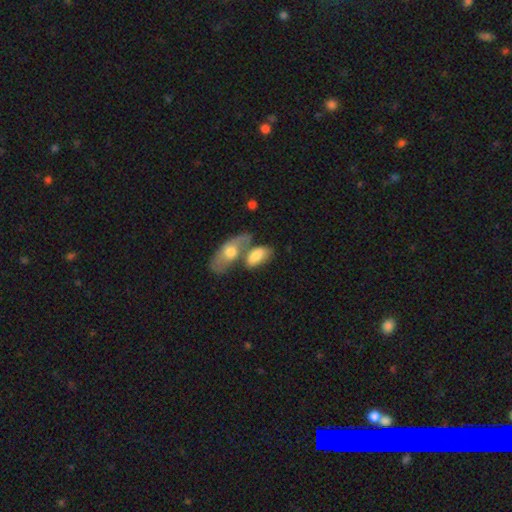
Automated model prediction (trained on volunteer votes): smooth_or_featured: smooth (p=0.72) [alt: featured or disk p=0.22]
how_rounded: in between (p=0.90) [alt: cigar-shaped p=0.07]
merging: merger (p=0.51) [alt: none p=0.28]